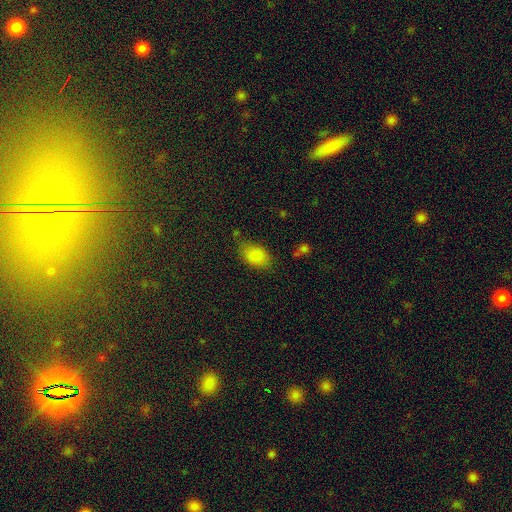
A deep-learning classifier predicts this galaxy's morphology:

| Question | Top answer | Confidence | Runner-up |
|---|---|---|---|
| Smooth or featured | smooth | 83% | star or artifact (10%) |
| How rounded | in between | 89% | round (8%) |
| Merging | none | 67% | minor disturbance (22%) |